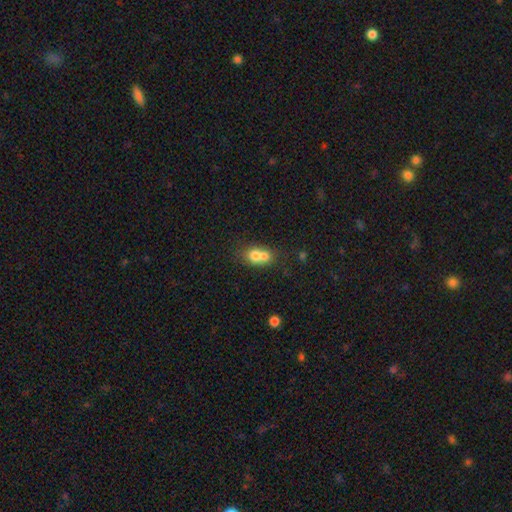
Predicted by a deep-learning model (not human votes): smooth-or-featured: smooth: 70% | featured or disk: 20% | star or artifact: 10%
  how-rounded: round: 52% | in between: 46% | cigar-shaped: 2%
  merging: merger: 66% | none: 24% | minor disturbance: 7% | major disturbance: 3%